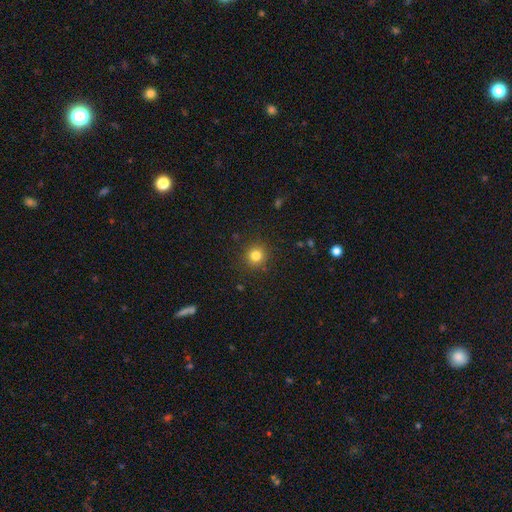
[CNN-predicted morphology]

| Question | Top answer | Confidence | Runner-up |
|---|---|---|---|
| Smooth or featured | smooth | 81% | star or artifact (13%) |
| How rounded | round | 93% | in between (6%) |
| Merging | none | 90% | minor disturbance (7%) |